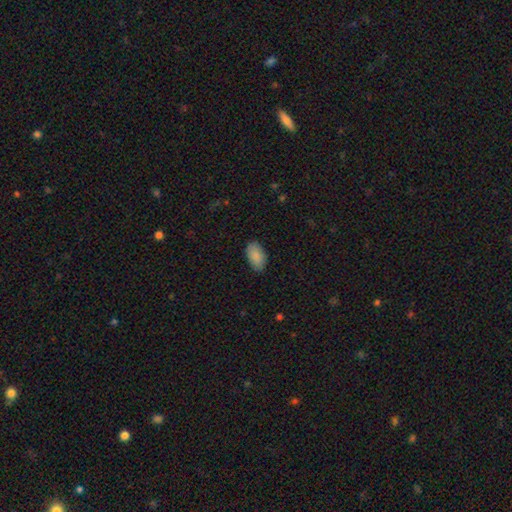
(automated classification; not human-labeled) smooth-or-featured: smooth: 89% | star or artifact: 6% | featured or disk: 5%
  how-rounded: in between: 95% | round: 3% | cigar-shaped: 2%
  merging: none: 84% | minor disturbance: 12% | major disturbance: 2% | merger: 1%